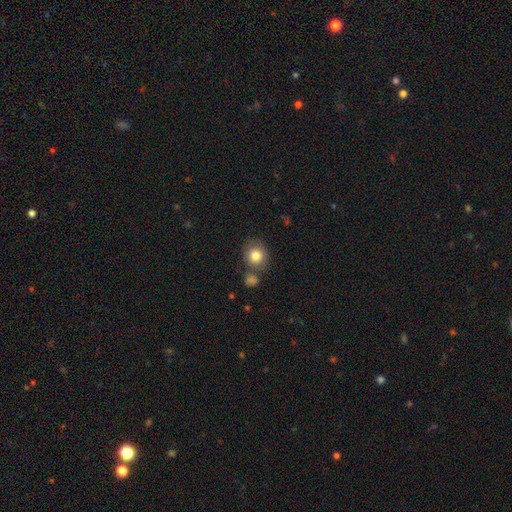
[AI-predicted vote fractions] smooth 82%, star or artifact 10%, featured or disk 9%. Down the decision tree: how rounded — round (81%); merging — none (69%).